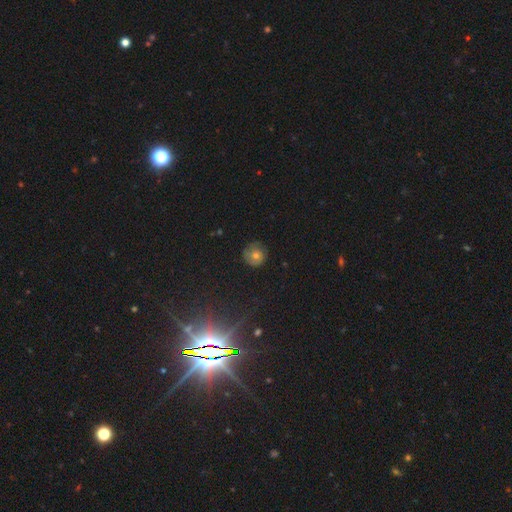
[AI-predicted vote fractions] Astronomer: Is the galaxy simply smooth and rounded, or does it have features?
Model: smooth — 58%.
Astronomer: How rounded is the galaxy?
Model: round — 91%.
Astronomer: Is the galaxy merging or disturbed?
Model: none — 76%.